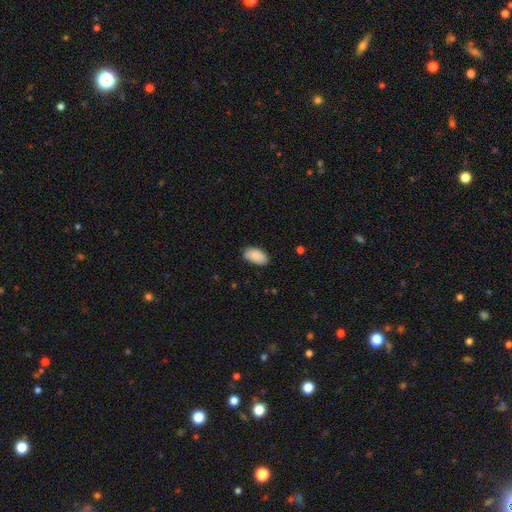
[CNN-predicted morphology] smooth 87%, featured or disk 7%, star or artifact 6%. Down the decision tree: how rounded — in between (95%); merging — none (81%).